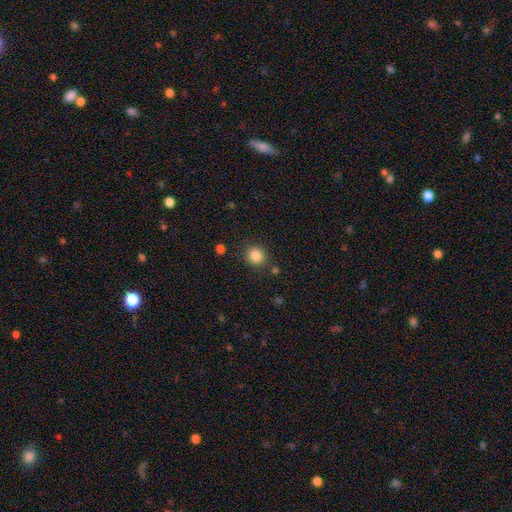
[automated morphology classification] Smooth or featured?
  - smooth: 85% *
  - star or artifact: 10%
  - featured or disk: 4%
How rounded?
  - round: 85% *
  - in between: 14%
  - cigar-shaped: 1%
Merging?
  - none: 85% *
  - minor disturbance: 9%
  - merger: 3%
  - major disturbance: 3%